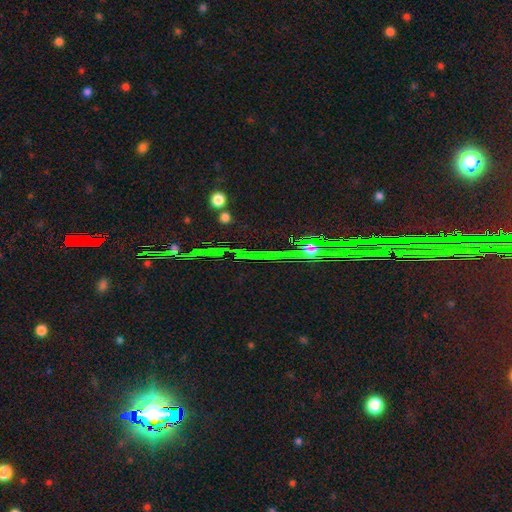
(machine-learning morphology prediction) smooth_or_featured: star or artifact (p=0.79) [alt: featured or disk p=0.11]